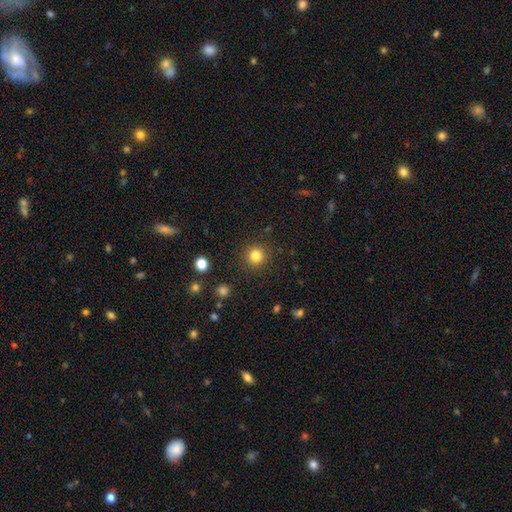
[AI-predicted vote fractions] smooth 83%, star or artifact 12%, featured or disk 5%. Down the decision tree: how rounded — round (94%); merging — none (90%).